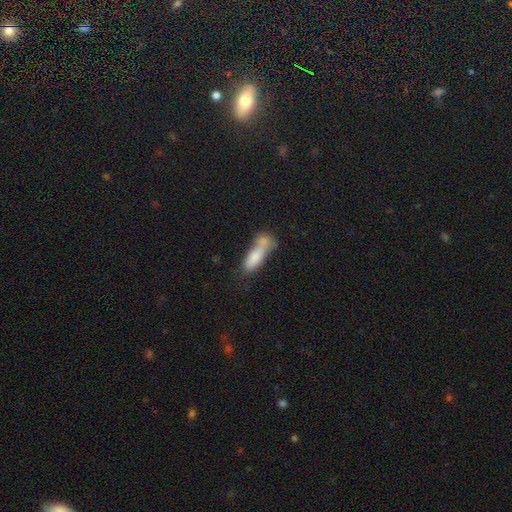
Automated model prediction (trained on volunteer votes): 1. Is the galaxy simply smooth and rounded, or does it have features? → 75% smooth, 16% featured or disk, 8% star or artifact.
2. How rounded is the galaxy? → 56% in between, 41% cigar-shaped, 3% round.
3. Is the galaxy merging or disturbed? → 49% merger, 26% none, 15% minor disturbance, 10% major disturbance.